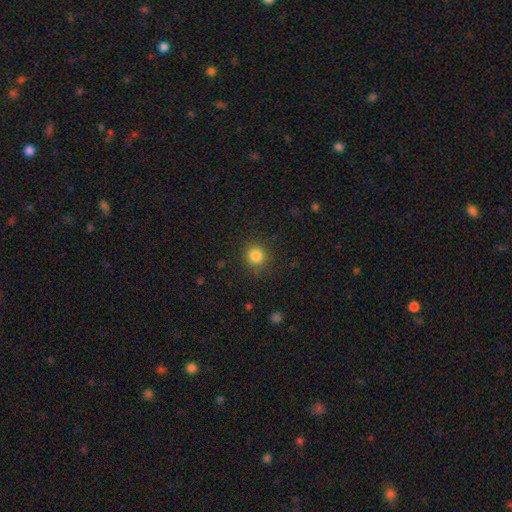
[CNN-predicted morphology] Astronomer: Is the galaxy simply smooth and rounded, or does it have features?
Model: smooth — 84%.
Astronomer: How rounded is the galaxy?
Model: round — 91%.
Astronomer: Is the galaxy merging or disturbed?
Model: none — 87%.